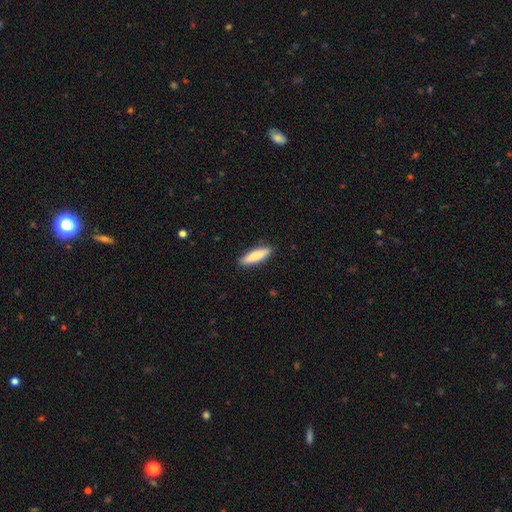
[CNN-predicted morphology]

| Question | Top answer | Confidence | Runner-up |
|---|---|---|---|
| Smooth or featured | smooth | 82% | featured or disk (13%) |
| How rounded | cigar-shaped | 65% | in between (33%) |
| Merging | none | 89% | minor disturbance (8%) |